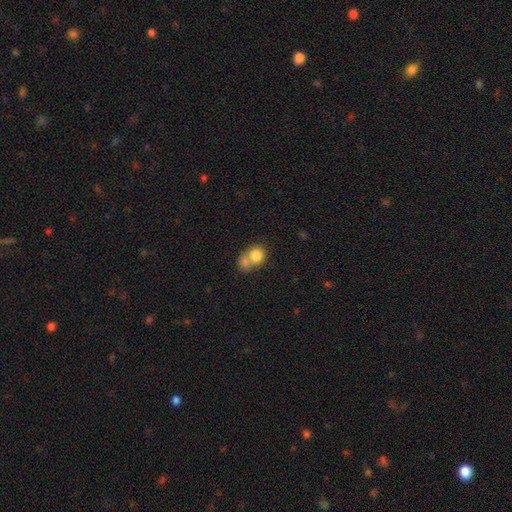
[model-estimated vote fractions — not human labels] Smooth or featured: smooth — 79% (featured or disk — 13%)
How rounded: round — 65% (in between — 34%)
Merging: merger — 60% (none — 27%)